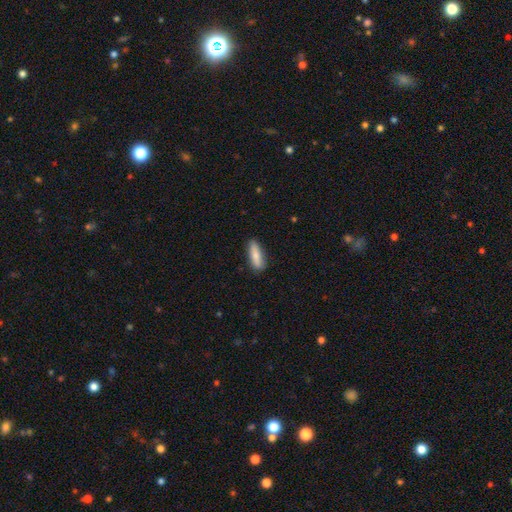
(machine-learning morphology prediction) smooth 77%, featured or disk 17%, star or artifact 6%. Down the decision tree: how rounded — cigar-shaped (51%); merging — none (84%).